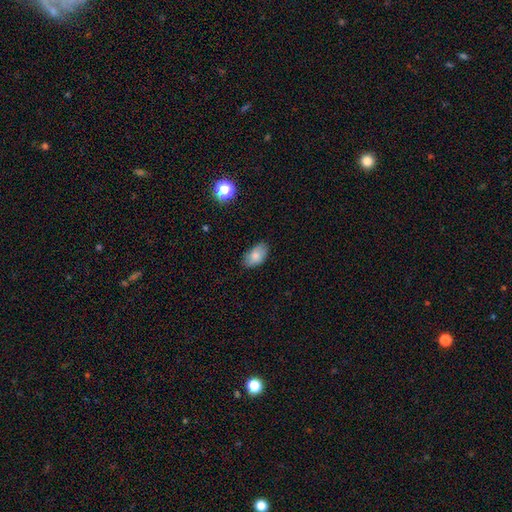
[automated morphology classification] This appears to be a smooth galaxy with no disk features (80%) that is in between round and cigar-shaped (93%). Merging: none (78%).